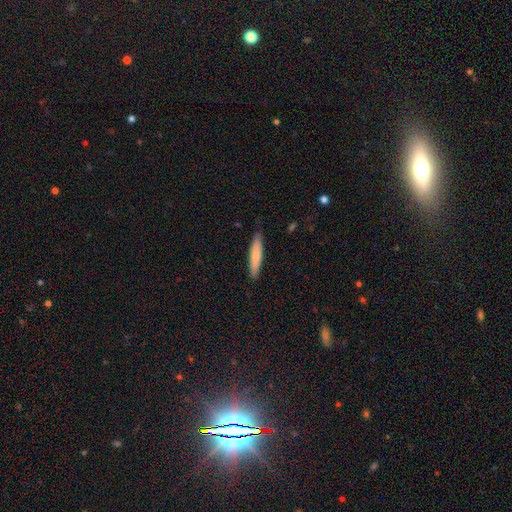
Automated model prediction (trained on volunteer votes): Overall: smooth (76%). How rounded: cigar-shaped (87%). Merging: none (86%).